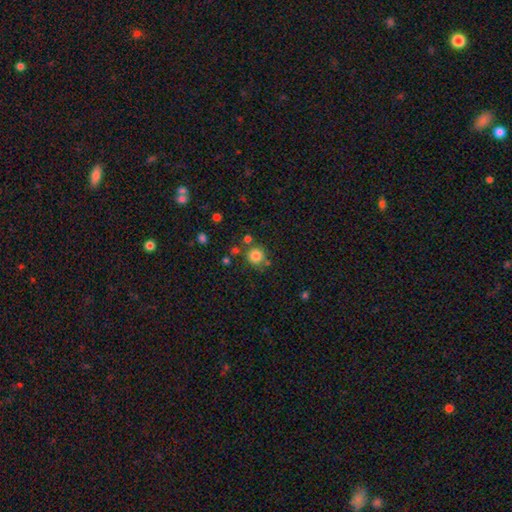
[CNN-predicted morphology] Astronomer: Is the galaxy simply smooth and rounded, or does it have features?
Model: smooth — 82%.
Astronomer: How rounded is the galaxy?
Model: round — 92%.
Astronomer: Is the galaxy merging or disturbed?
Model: none — 77%.